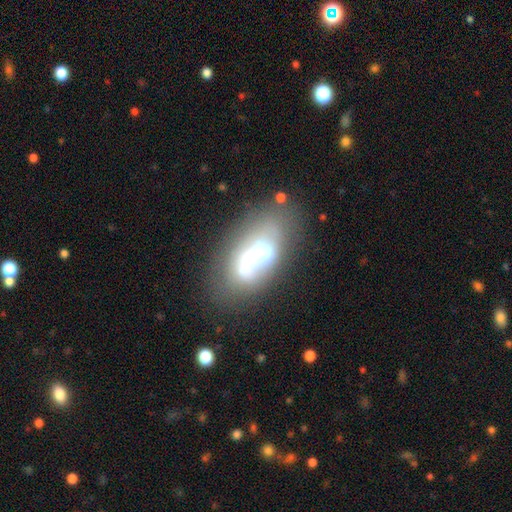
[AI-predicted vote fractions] Morphology: type=featured or disk (47%); merging=none (39%).